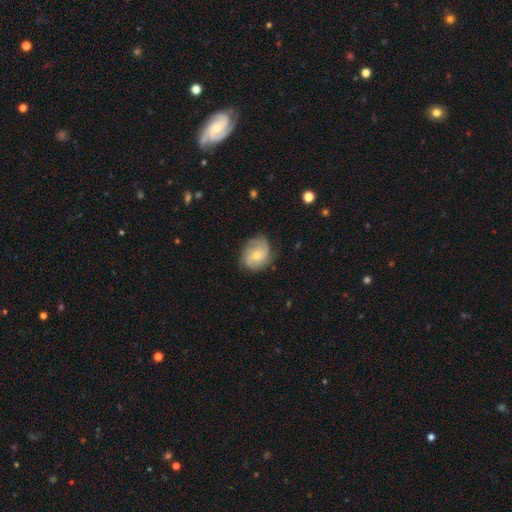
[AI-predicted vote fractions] This is likely a featured or disk galaxy (61%). It is clearly not viewed edge-on (97%). Bar: likely no (66%). Spiral arm pattern: clearly yes (88%). Spiral arm count: marginally 2 (37%). Spiral winding: marginally tight (40%). Central bulge: possibly moderate (50%). Merging: likely none (73%).